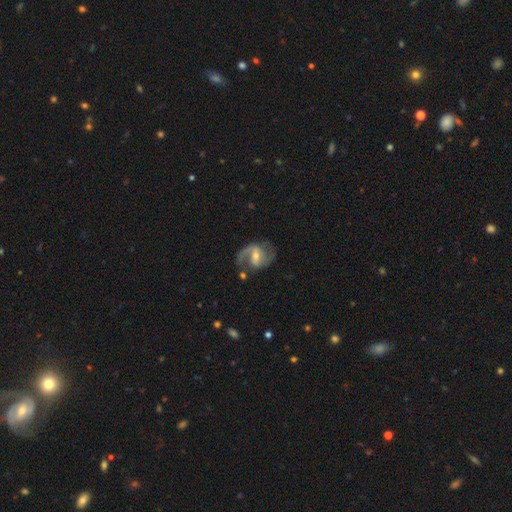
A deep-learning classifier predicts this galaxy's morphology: smooth_or_featured: featured or disk (p=0.84) [alt: smooth p=0.11]
disk_edge_on: no (p=0.97) [alt: yes p=0.03]
bar: weak (p=0.52) [alt: strong p=0.26]
has_spiral_arms: yes (p=0.94) [alt: no p=0.06]
spiral_winding: medium (p=0.49) [alt: loose p=0.39]
spiral_arm_count: 2 (p=0.76) [alt: 1 p=0.17]
bulge_size: moderate (p=0.50) [alt: small p=0.43]
merging: none (p=0.61) [alt: minor disturbance p=0.19]